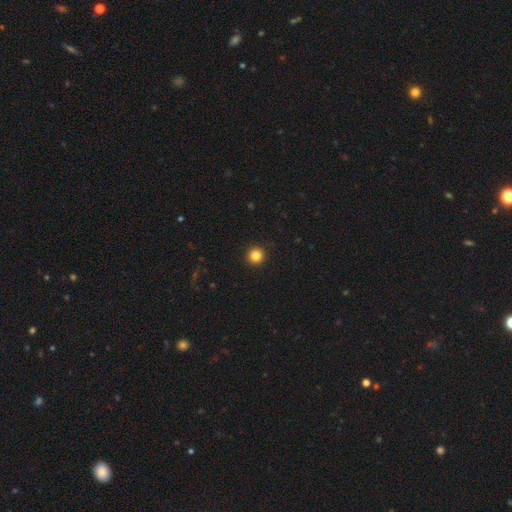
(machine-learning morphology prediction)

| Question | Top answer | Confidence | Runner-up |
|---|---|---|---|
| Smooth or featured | smooth | 84% | star or artifact (12%) |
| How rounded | round | 96% | in between (3%) |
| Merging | none | 94% | minor disturbance (4%) |